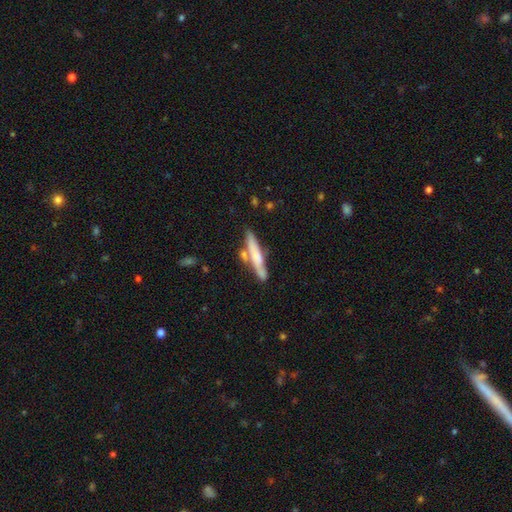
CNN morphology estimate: Smooth or featured? smooth (54%)
How rounded? cigar-shaped (90%)
Merging? none (65%)